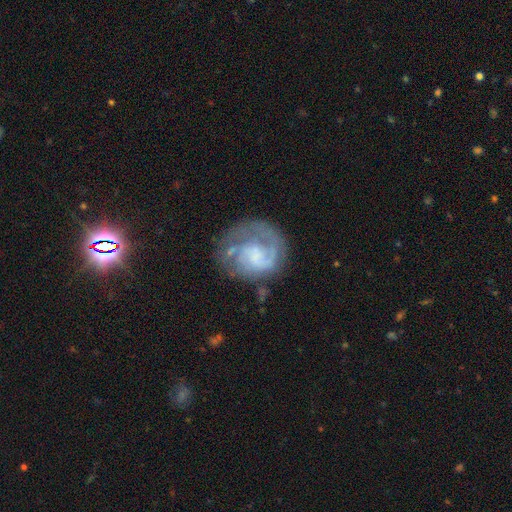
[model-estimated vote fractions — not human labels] A featured or disk galaxy (73%) with no bar (64%), 1 (49%) tight (45%) spiral arms (86%) and no central bulge (41%).

Vote fractions:
- Smooth or featured? featured or disk: 73% / smooth: 19% / star or artifact: 8%
- Edge-on disk? no: 98% / yes: 2%
- Bar? no: 64% / weak: 30% / strong: 6%
- Spiral arms? yes: 86% / no: 14%
- Spiral winding? tight: 45% / medium: 36% / loose: 19%
- Spiral arm count? 1: 49% / 2: 23% / can't tell: 17% / 3: 6% / 4: 2% / more than 4: 2%
- Bulge size? none: 41% / small: 25% / moderate: 21% / large: 11% / dominant: 2%
- Merging? none: 55% / major disturbance: 22% / minor disturbance: 20% / merger: 4%